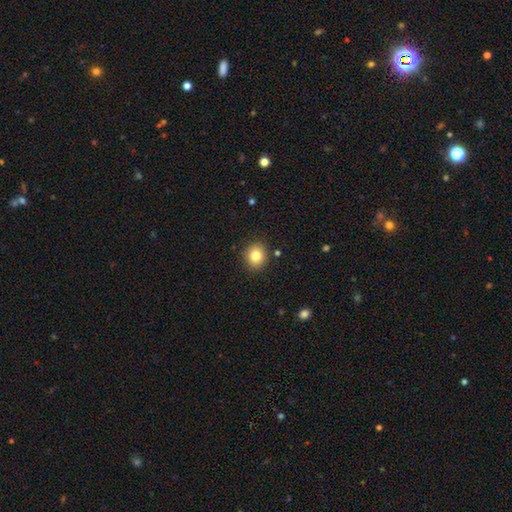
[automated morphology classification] smooth 82%, star or artifact 11%, featured or disk 8%. Down the decision tree: how rounded — round (81%); merging — none (89%).